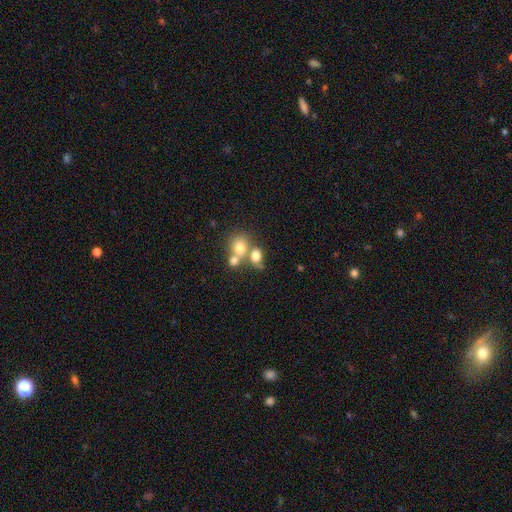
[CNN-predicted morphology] Smooth or featured: smooth — 72% (featured or disk — 16%)
How rounded: round — 54% (in between — 44%)
Merging: merger — 52% (none — 31%)